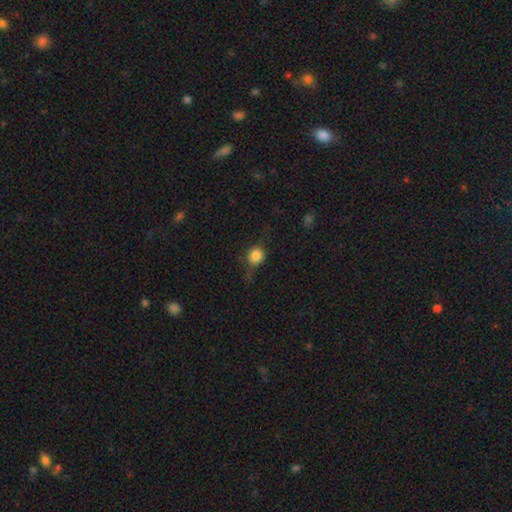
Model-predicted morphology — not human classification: Smooth or featured: smooth — 79% (star or artifact — 11%)
How rounded: round — 82% (in between — 16%)
Merging: none — 56% (minor disturbance — 28%)